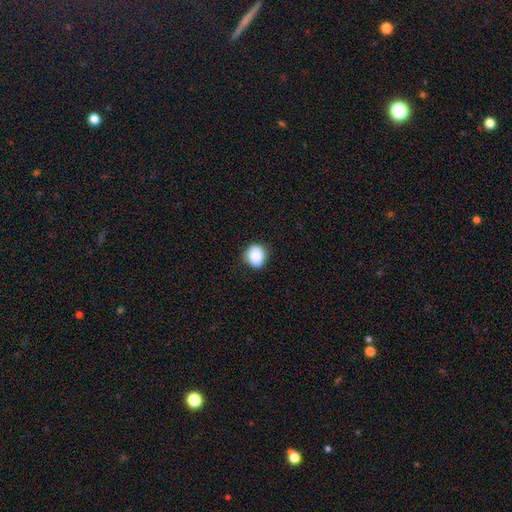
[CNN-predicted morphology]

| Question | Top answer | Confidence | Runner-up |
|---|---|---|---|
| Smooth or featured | smooth | 86% | star or artifact (8%) |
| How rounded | round | 75% | in between (24%) |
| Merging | none | 81% | minor disturbance (15%) |